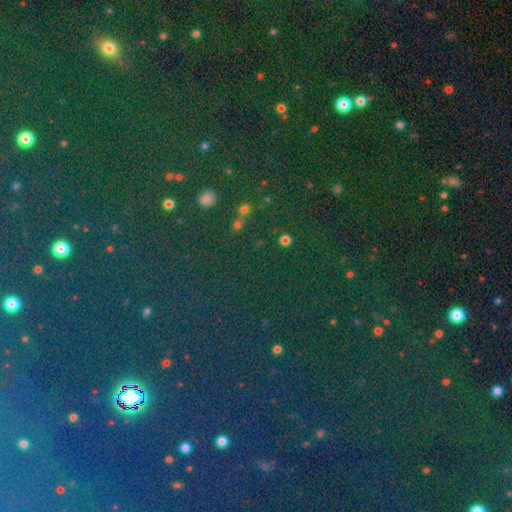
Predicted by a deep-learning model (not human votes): This appears to be a star or artifact, not a galaxy (80%).